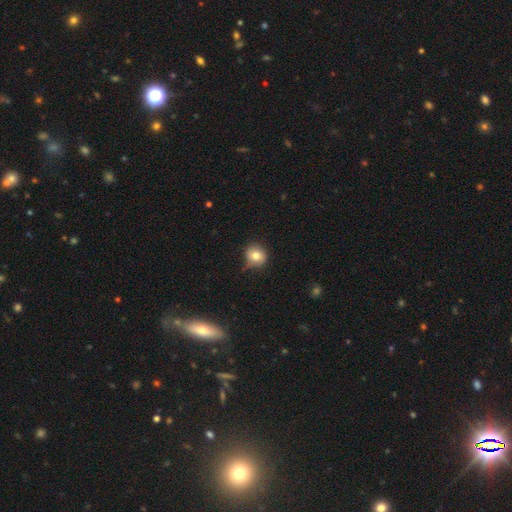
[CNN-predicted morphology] type=smooth (79%); roundness=round (87%); merging=none (74%).